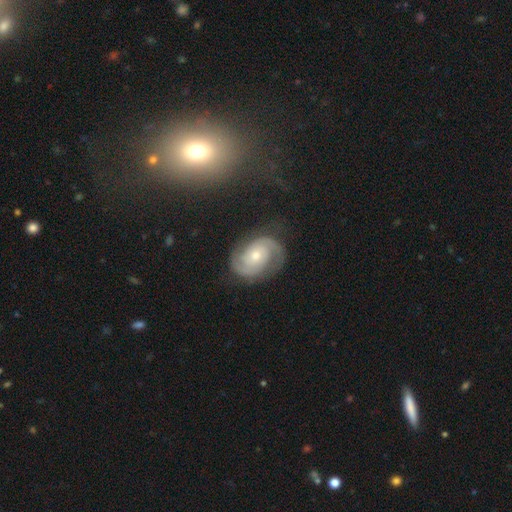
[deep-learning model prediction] Smooth or featured?
  - featured or disk: 86% *
  - smooth: 9%
  - star or artifact: 6%
Edge-on disk?
  - no: 98% *
  - yes: 2%
Bar?
  - no: 68% *
  - weak: 26%
  - strong: 6%
Spiral arms?
  - yes: 97% *
  - no: 3%
Spiral winding?
  - tight: 47% *
  - medium: 42%
  - loose: 11%
Spiral arm count?
  - 2: 88% *
  - can't tell: 5%
  - 3: 3%
  - 1: 2%
  - 4: 1%
  - more than 4: 1%
Bulge size?
  - moderate: 52% *
  - small: 43%
  - large: 3%
  - none: 1%
  - dominant: 1%
Merging?
  - none: 78% *
  - minor disturbance: 14%
  - major disturbance: 6%
  - merger: 1%